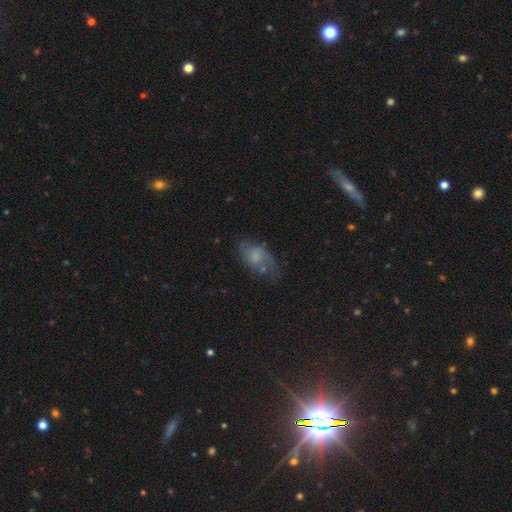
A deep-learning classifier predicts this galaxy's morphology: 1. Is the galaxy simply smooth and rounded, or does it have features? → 48% smooth, 42% featured or disk, 10% star or artifact.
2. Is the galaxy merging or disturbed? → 44% none, 28% minor disturbance, 22% major disturbance, 6% merger.